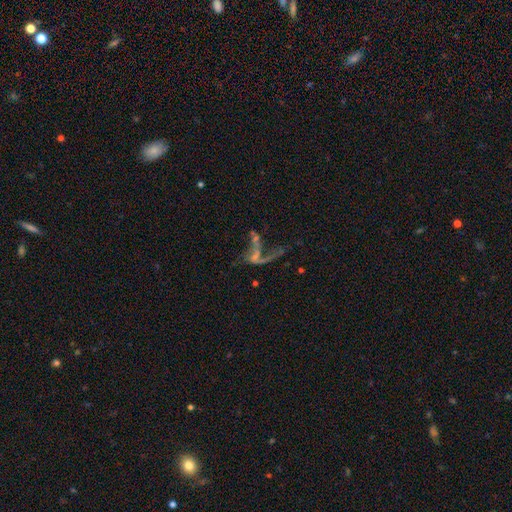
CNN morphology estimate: smooth-or-featured: featured or disk: 58% | star or artifact: 24% | smooth: 18%
  disk-edge-on: no: 90% | yes: 10%
    bar: no: 72% | weak: 18% | strong: 11%
    has-spiral-arms: no: 60% | yes: 40%
    bulge-size: none: 59% | small: 28% | moderate: 9% | large: 2% | dominant: 2%
  merging: major disturbance: 37% | merger: 31% | none: 23% | minor disturbance: 10%